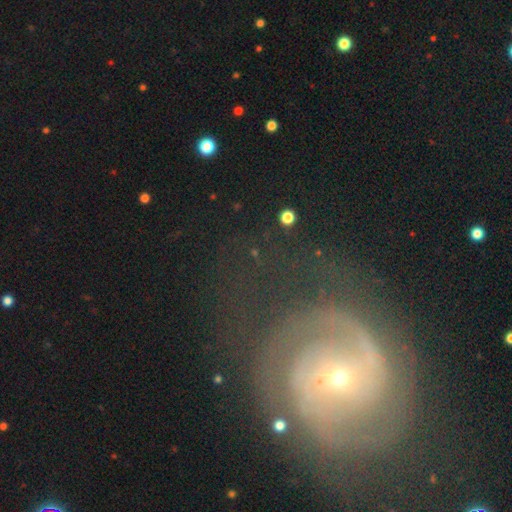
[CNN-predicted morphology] A featured or disk galaxy (82%) with no bar (62%), 2 (63%) tight (50%) spiral arms (94%) and a small central bulge (81%).

Vote fractions:
- Smooth or featured? featured or disk: 82% / star or artifact: 10% / smooth: 8%
- Edge-on disk? no: 97% / yes: 3%
- Bar? no: 62% / weak: 25% / strong: 13%
- Spiral arms? yes: 94% / no: 6%
- Spiral winding? tight: 50% / medium: 37% / loose: 12%
- Spiral arm count? 2: 63% / can't tell: 14% / 3: 9% / 1: 5% / 4: 5% / more than 4: 4%
- Bulge size? small: 81% / moderate: 15% / large: 2% / dominant: 1% / none: 1%
- Merging? none: 65% / minor disturbance: 16% / major disturbance: 15% / merger: 4%